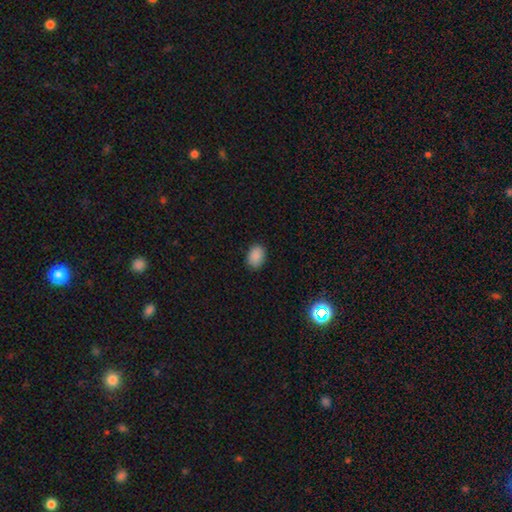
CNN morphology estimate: smooth 88%, star or artifact 9%, featured or disk 3%. Down the decision tree: how rounded — in between (75%); merging — none (87%).